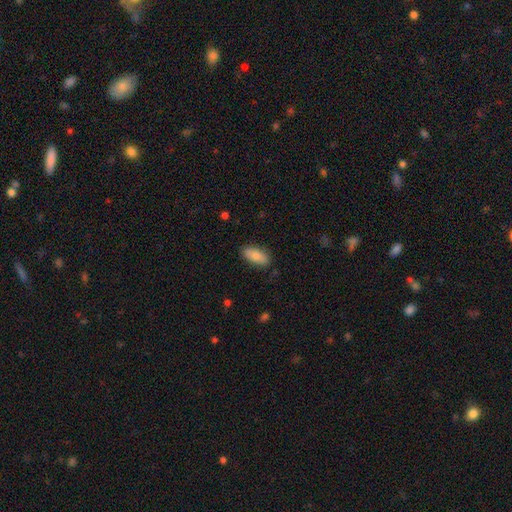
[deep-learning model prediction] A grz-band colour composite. It shows a smooth galaxy with no disk features (81%) that is in between round and cigar-shaped (85%). Merging: none (86%).